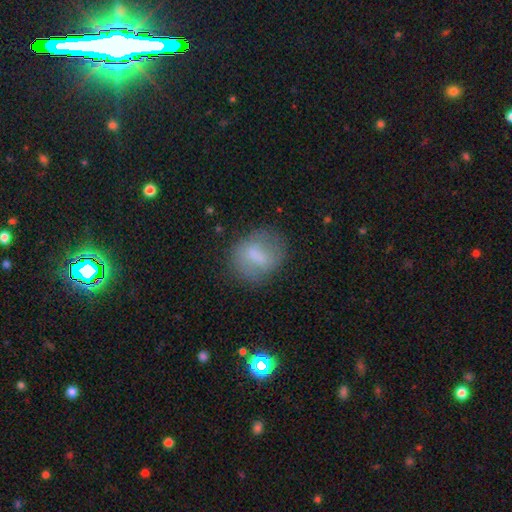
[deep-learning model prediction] The model was most divided on "how rounded": round: 55%, in between: 43%, cigar-shaped: 3%. More confident: merging — none (66%); smooth or featured — smooth (63%).